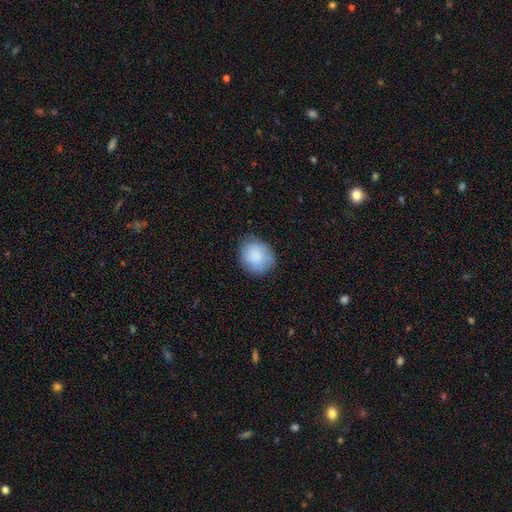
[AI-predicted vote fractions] Overall: smooth (87%). How rounded: round (67%; in between 32%). Merging: none (79%).